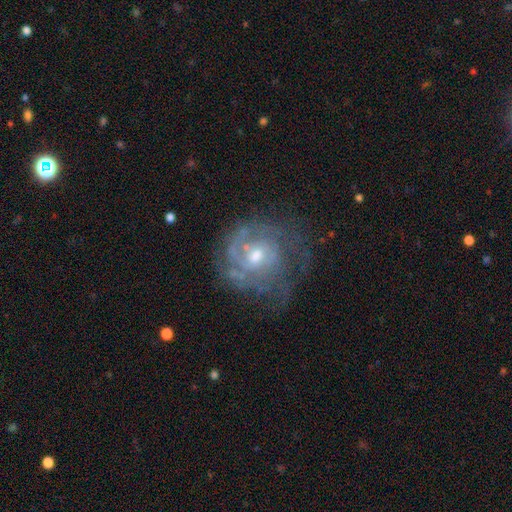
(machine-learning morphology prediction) featured or disk 78%, smooth 13%, star or artifact 8%. Down the decision tree: edge-on disk — no (97%); bar — no (65%); spiral arms — yes (85%); spiral arm count — can't tell (47%); spiral winding — tight (59%); bulge size — moderate (56%); merging — none (59%).